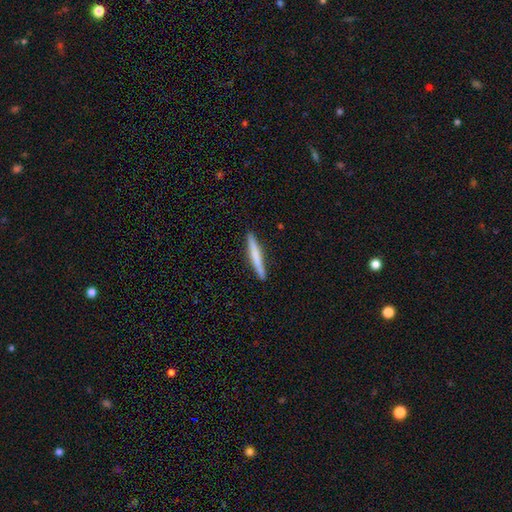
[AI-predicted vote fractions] Overall: smooth (63%; featured or disk 32%). How rounded: cigar-shaped (96%). Merging: none (91%).